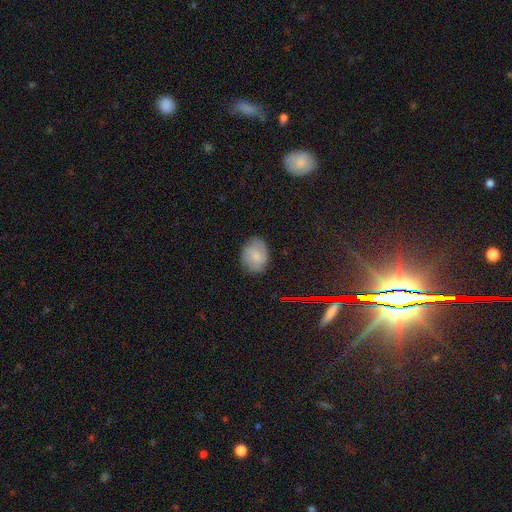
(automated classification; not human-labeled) A smooth galaxy with no disk features (59%) that is round (50%). Merging: none (77%).